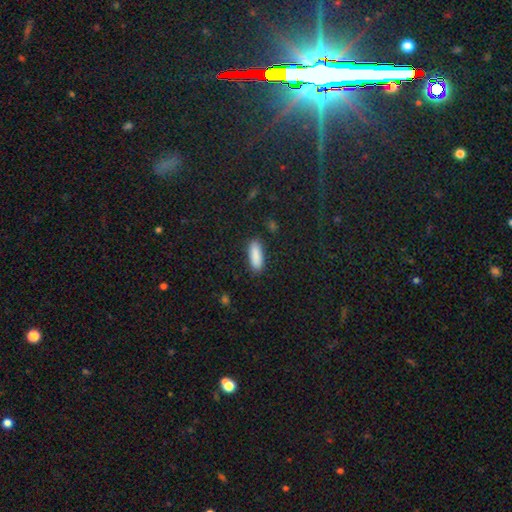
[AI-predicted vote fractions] smooth 89%, star or artifact 7%, featured or disk 5%. Down the decision tree: how rounded — in between (60%); merging — none (87%).